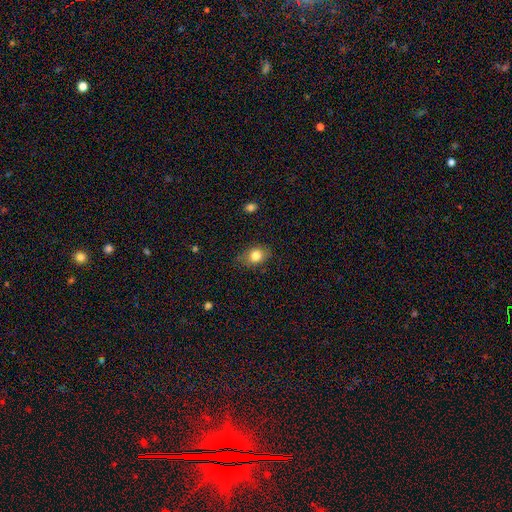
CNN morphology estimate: smooth 82%, star or artifact 10%, featured or disk 8%. Down the decision tree: how rounded — in between (57%); merging — none (79%).